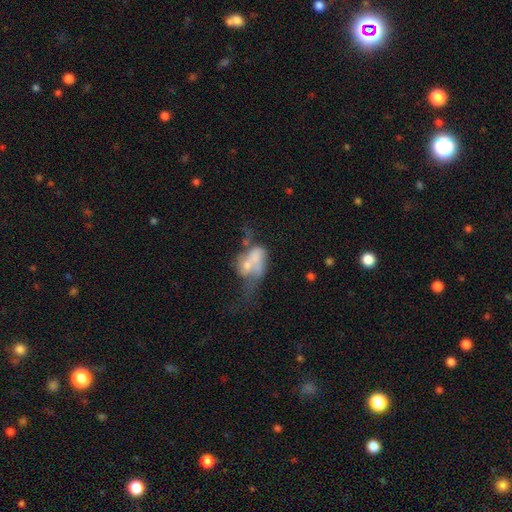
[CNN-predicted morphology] A smooth galaxy with no disk features (46%).

Vote fractions:
- Smooth or featured? smooth: 46% / featured or disk: 44% / star or artifact: 10%
- Merging? merger: 59% / major disturbance: 23% / none: 10% / minor disturbance: 8%